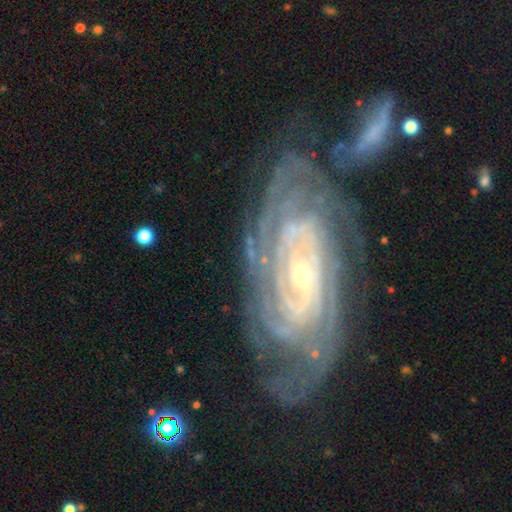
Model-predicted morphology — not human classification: smooth-or-featured: featured or disk: 90% | star or artifact: 5% | smooth: 4%
  disk-edge-on: no: 95% | yes: 5%
    bar: no: 47% | weak: 32% | strong: 21%
    has-spiral-arms: yes: 97% | no: 3%
      spiral-winding: tight: 82% | medium: 15% | loose: 3%
      spiral-arm-count: can't tell: 28% | 4: 18% | 2: 17% | 3: 16% | more than 4: 14% | 1: 7%
    bulge-size: small: 66% | moderate: 31% | large: 2% | none: 1% | dominant: 1%
  merging: none: 62% | minor disturbance: 20% | major disturbance: 10% | merger: 8%